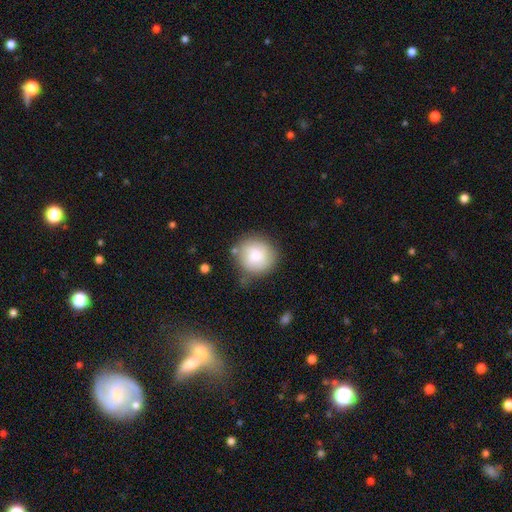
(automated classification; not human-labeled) smooth 70%, featured or disk 23%, star or artifact 7%. Down the decision tree: how rounded — round (89%); merging — none (68%).